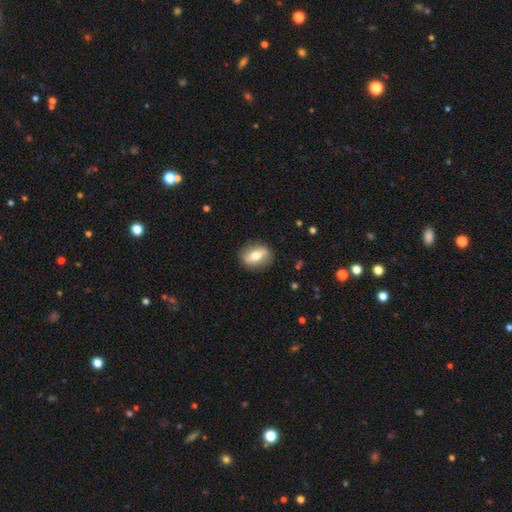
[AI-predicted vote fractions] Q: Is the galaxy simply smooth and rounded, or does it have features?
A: smooth — 53%.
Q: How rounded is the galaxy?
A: in between — 61%.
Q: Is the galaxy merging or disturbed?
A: none — 87%.